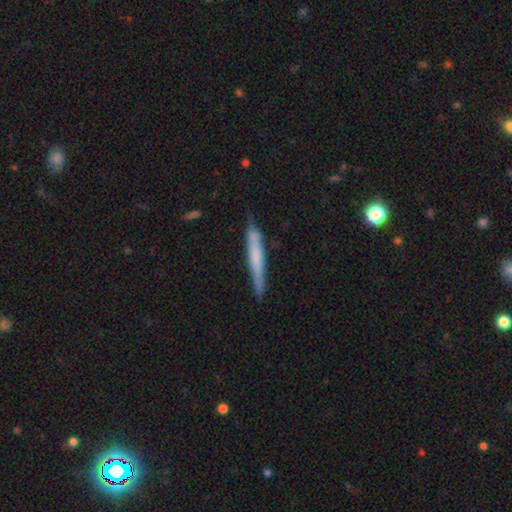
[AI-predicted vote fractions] Morphology: type=smooth (55%); roundness=cigar-shaped (95%); merging=none (78%).